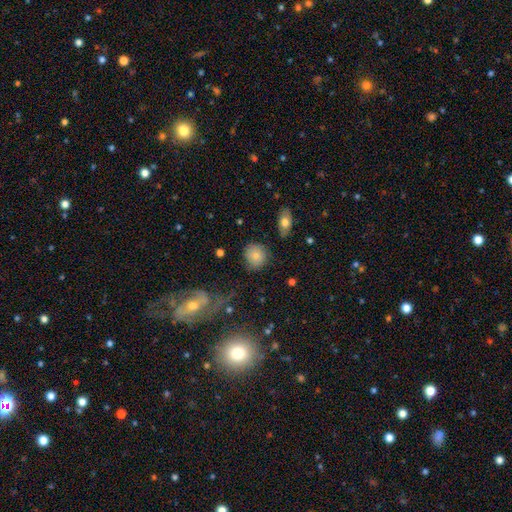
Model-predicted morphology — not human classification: Smooth or featured?
  - smooth: 76% *
  - featured or disk: 14%
  - star or artifact: 10%
How rounded?
  - round: 83% *
  - in between: 16%
  - cigar-shaped: 1%
Merging?
  - none: 78% *
  - minor disturbance: 15%
  - major disturbance: 4%
  - merger: 2%